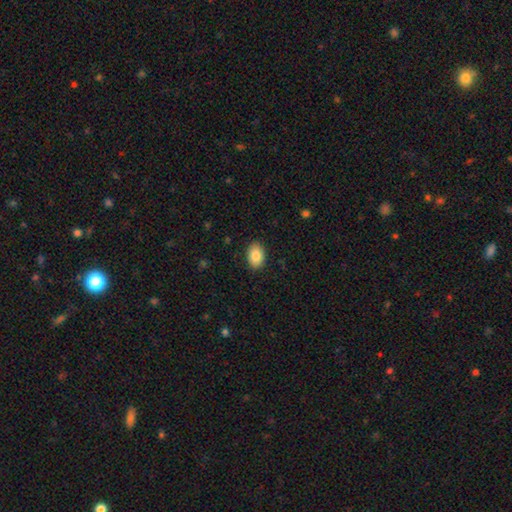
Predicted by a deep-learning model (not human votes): This is clearly a smooth galaxy (85%). How rounded: clearly in between (82%). Merging: clearly none (89%).